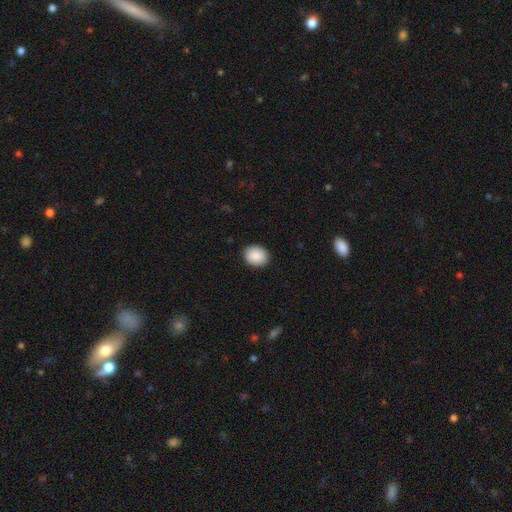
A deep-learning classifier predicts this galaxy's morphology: A smooth galaxy with no disk features (90%) that is round (51%). Merging: none (89%).